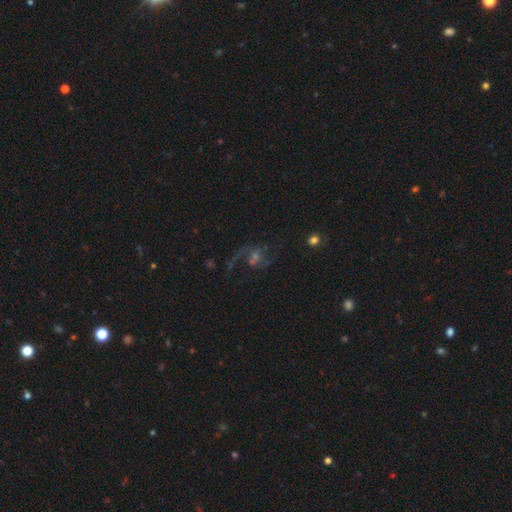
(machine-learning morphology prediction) Smooth or featured: featured or disk — 66% (star or artifact — 19%)
Edge-on disk: no — 97% (yes — 3%)
Bar: no — 58% (weak — 34%)
Spiral arms: yes — 86% (no — 14%)
Spiral winding: loose — 65% (medium — 28%)
Spiral arm count: 2 — 55% (1 — 32%)
Bulge size: small — 50% (moderate — 30%)
Merging: none — 48% (major disturbance — 32%)